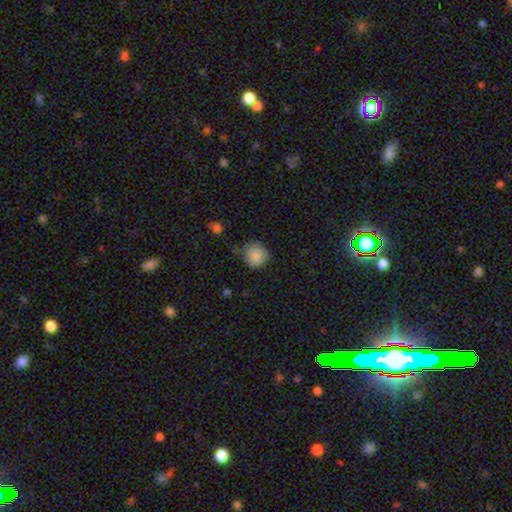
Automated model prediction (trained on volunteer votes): Smooth or featured?
  - smooth: 84% *
  - star or artifact: 8%
  - featured or disk: 8%
How rounded?
  - round: 90% *
  - in between: 9%
  - cigar-shaped: 1%
Merging?
  - none: 71% *
  - minor disturbance: 22%
  - major disturbance: 5%
  - merger: 2%